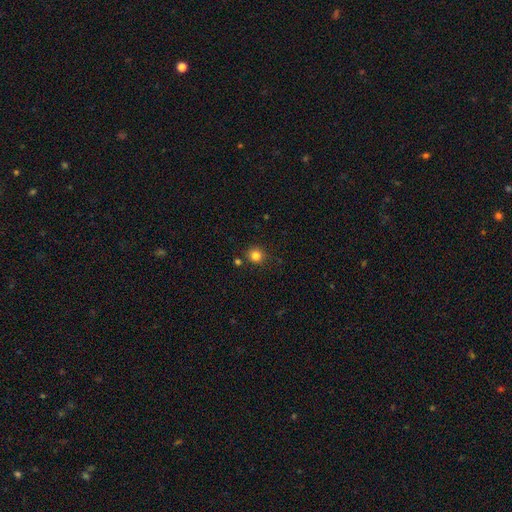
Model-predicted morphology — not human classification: This is clearly a smooth galaxy (82%). How rounded: clearly round (90%). Merging: clearly none (84%).